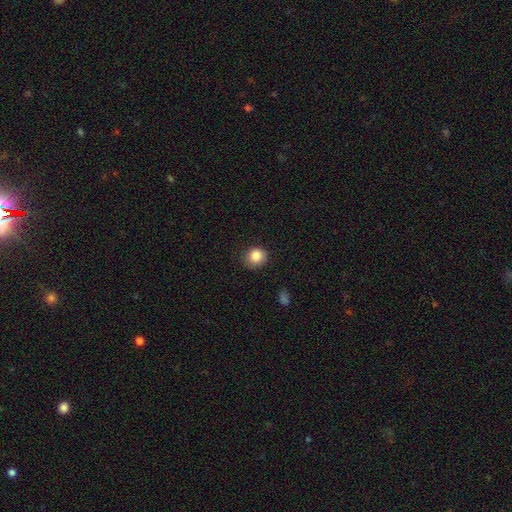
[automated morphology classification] smooth 86%, star or artifact 10%, featured or disk 4%. Down the decision tree: how rounded — round (81%); merging — none (80%).